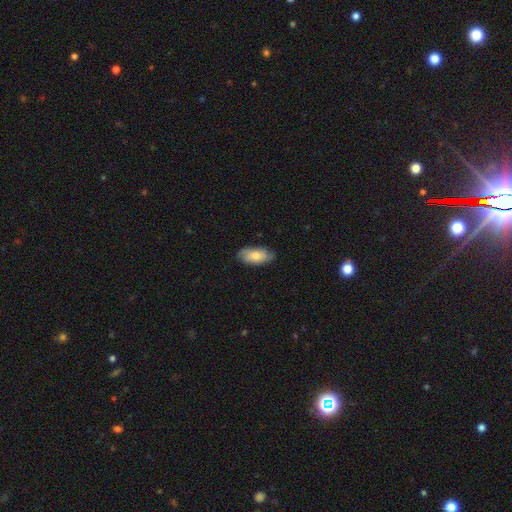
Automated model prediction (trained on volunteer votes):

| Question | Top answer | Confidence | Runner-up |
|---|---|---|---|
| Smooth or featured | smooth | 71% | featured or disk (23%) |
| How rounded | in between | 89% | cigar-shaped (8%) |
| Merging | none | 77% | minor disturbance (19%) |